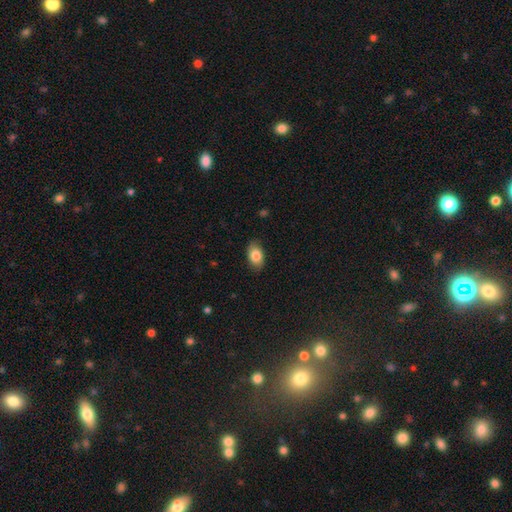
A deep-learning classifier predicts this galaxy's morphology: Q: Smooth or featured?
A: smooth (83%); runner-up: featured or disk (10%)
Q: How rounded?
A: in between (88%); runner-up: round (10%)
Q: Merging?
A: none (85%); runner-up: minor disturbance (12%)